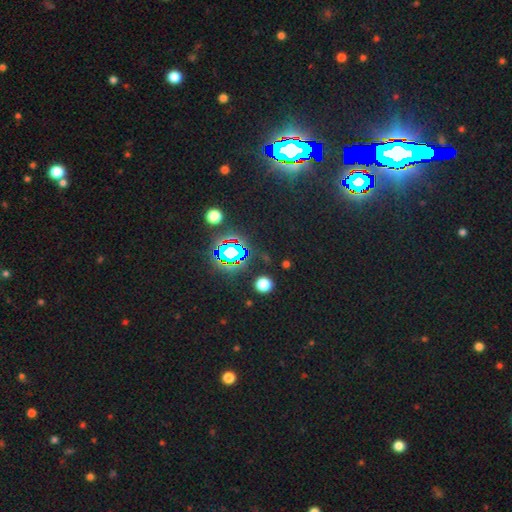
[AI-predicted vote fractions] A star or artifact, not a galaxy (84%).